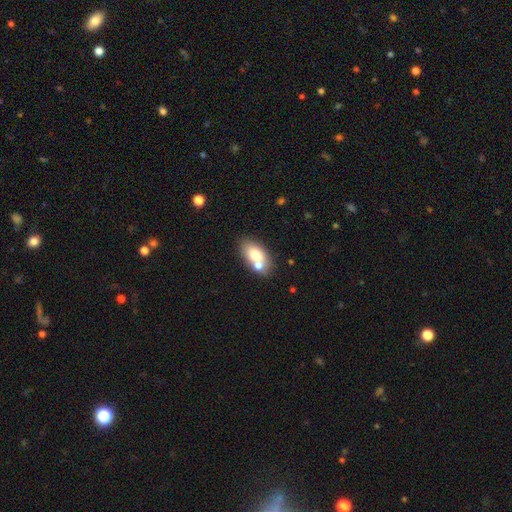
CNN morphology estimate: smooth-or-featured: smooth: 70% | featured or disk: 22% | star or artifact: 8%
  how-rounded: in between: 89% | round: 8% | cigar-shaped: 3%
  merging: none: 50% | merger: 35% | minor disturbance: 11% | major disturbance: 4%